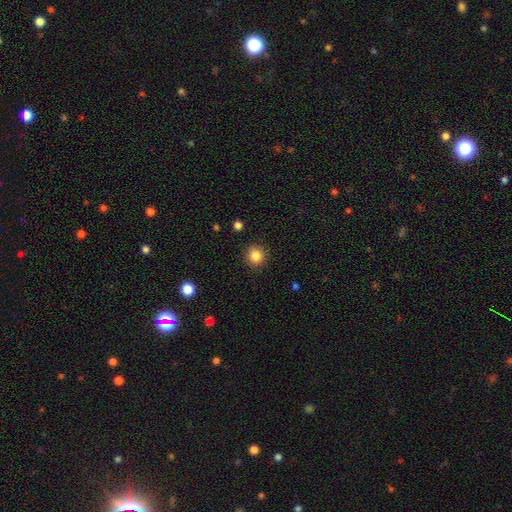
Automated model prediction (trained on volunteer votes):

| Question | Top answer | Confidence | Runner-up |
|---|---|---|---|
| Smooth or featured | smooth | 85% | star or artifact (11%) |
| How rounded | round | 91% | in between (8%) |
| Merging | none | 90% | minor disturbance (7%) |